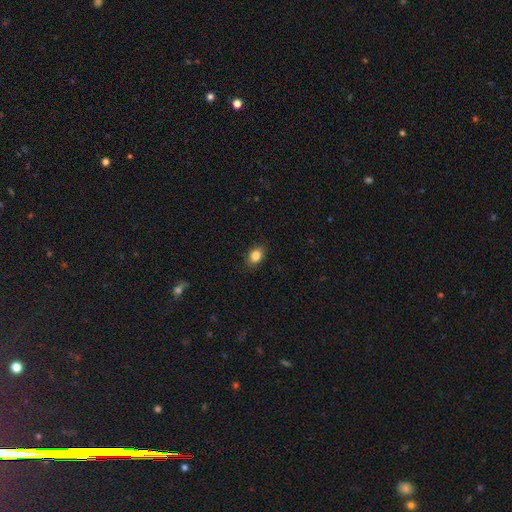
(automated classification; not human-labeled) This is clearly a smooth galaxy (85%). How rounded: likely in between (74%). Merging: clearly none (87%).